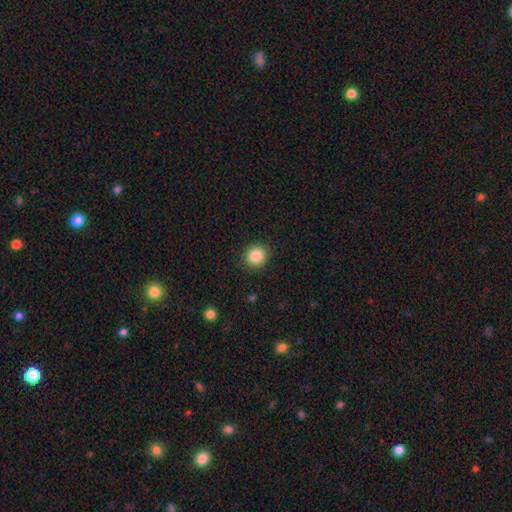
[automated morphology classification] Smooth or featured? smooth (86%)
How rounded? round (88%)
Merging? none (91%)